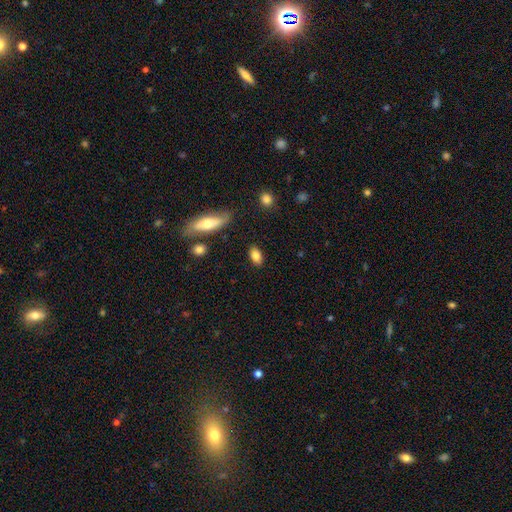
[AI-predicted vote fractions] Overall: smooth (81%). How rounded: in between (88%). Merging: none (84%).